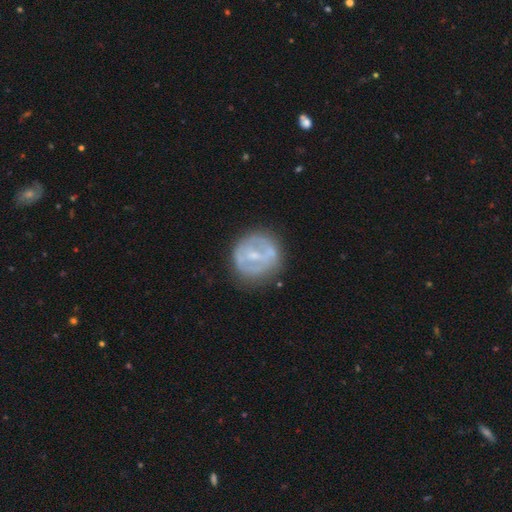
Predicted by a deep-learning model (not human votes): A featured or disk galaxy (64%) with a weak bar (42%), no spiral arms (68%) and a small central bulge (56%).

Vote fractions:
- Smooth or featured? featured or disk: 64% / smooth: 29% / star or artifact: 7%
- Edge-on disk? no: 96% / yes: 4%
- Bar? weak: 42% / strong: 31% / no: 27%
- Spiral arms? no: 68% / yes: 32%
- Bulge size? small: 56% / moderate: 32% / none: 9% / large: 2% / dominant: 1%
- Merging? none: 72% / minor disturbance: 17% / major disturbance: 8% / merger: 2%